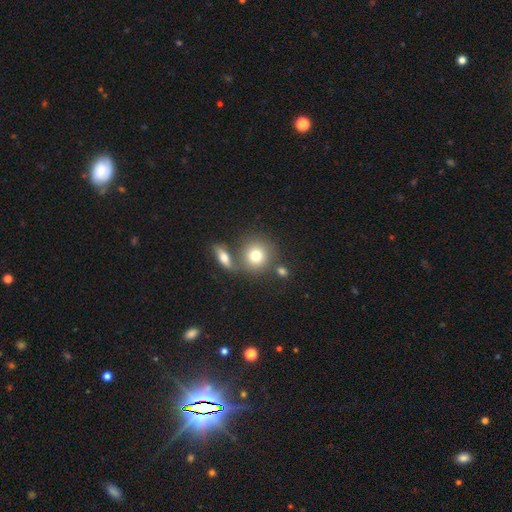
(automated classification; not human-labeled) smooth-or-featured: smooth: 76% | featured or disk: 15% | star or artifact: 9%
  how-rounded: round: 87% | in between: 11% | cigar-shaped: 1%
  merging: none: 62% | merger: 25% | minor disturbance: 10% | major disturbance: 4%